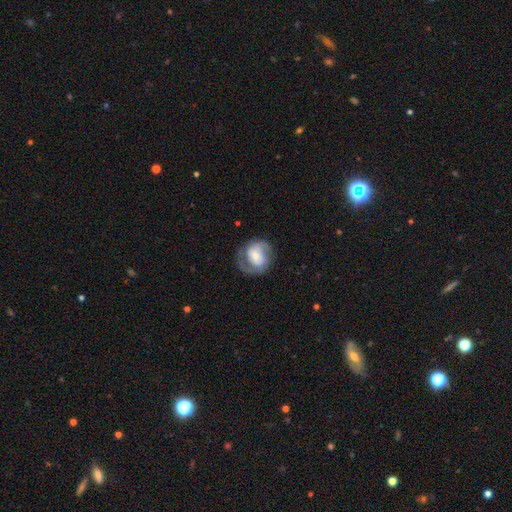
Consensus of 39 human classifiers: Smooth or featured: featured or disk — 77% (smooth — 23%)
Edge-on disk: no — 97% (yes — 3%)
Bar: no — 45% (weak — 34%)
Spiral arms: yes — 93% (no — 7%)
Spiral winding: tight — 56% (medium — 37%)
Spiral arm count: 2 — 89% (can't tell — 11%)
Bulge size: small — 48% (moderate — 41%)
Merging: none — 64% (minor disturbance — 18%)